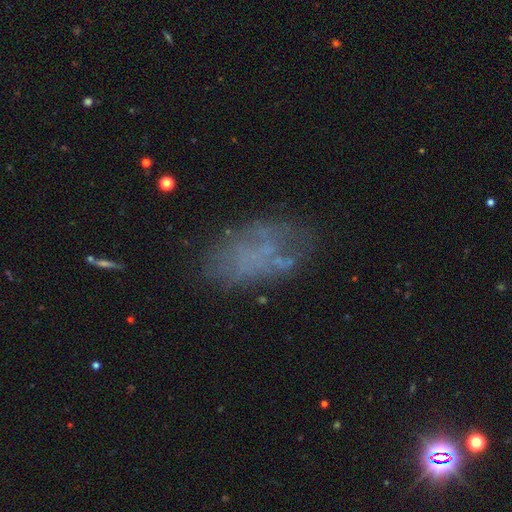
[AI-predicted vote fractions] This is marginally a smooth galaxy (41%, tied with featured or disk). Merging: possibly none (58%).